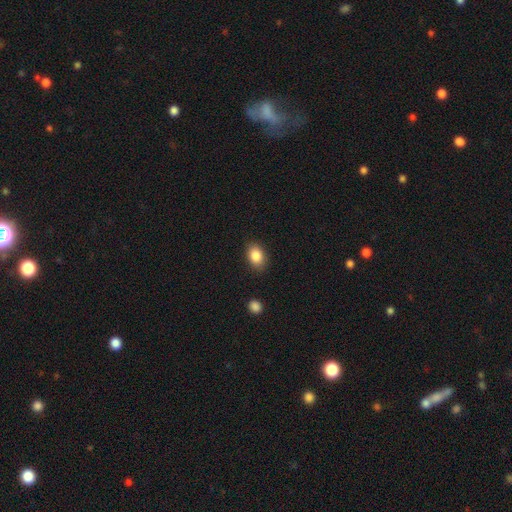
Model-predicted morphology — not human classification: Overall: smooth (86%). How rounded: in between (79%). Merging: none (86%).